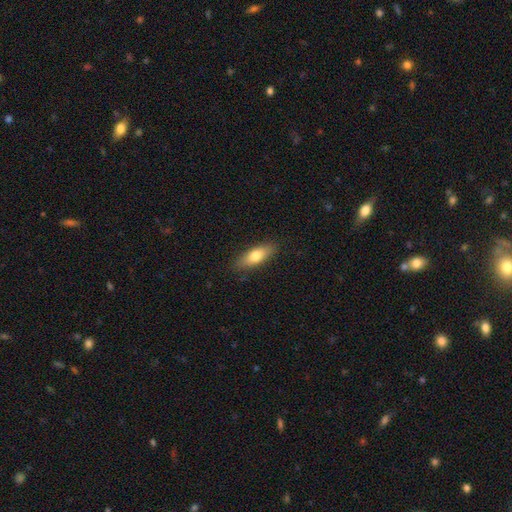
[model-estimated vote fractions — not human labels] Q: Smooth or featured?
A: smooth (73%); runner-up: featured or disk (21%)
Q: How rounded?
A: in between (63%); runner-up: cigar-shaped (35%)
Q: Merging?
A: none (86%); runner-up: minor disturbance (11%)